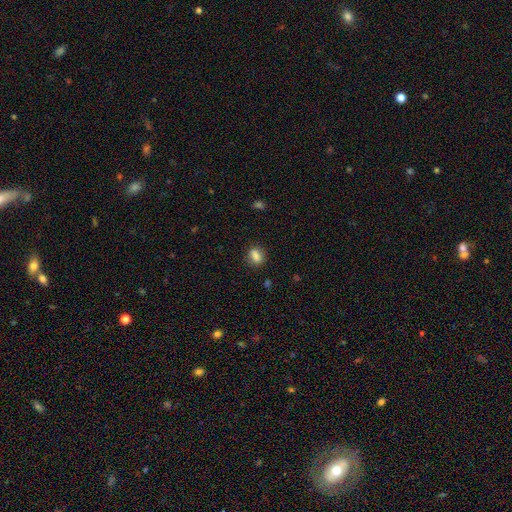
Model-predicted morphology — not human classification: Overall: smooth (81%). How rounded: in between (63%; round 30%). Merging: none (80%).